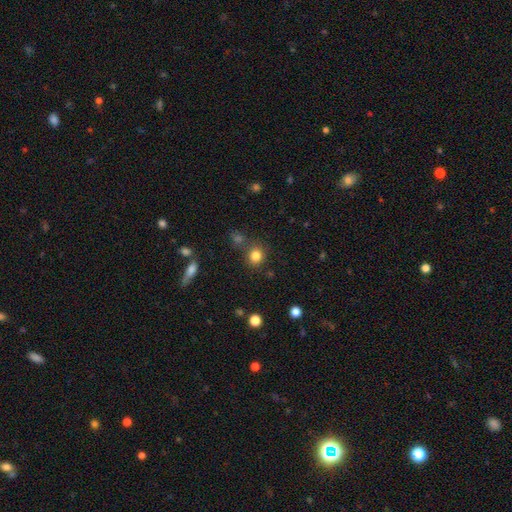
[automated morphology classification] Smooth or featured? Predicted: smooth (p=0.83). How rounded? Predicted: round (p=0.82). Merging? Predicted: none (p=0.77).